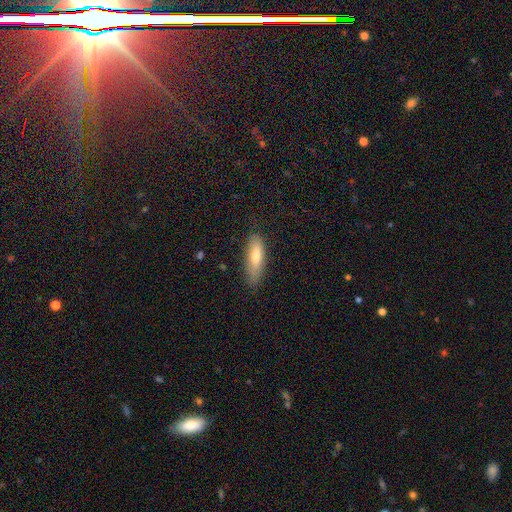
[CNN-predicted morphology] smooth-or-featured: smooth: 73% | featured or disk: 20% | star or artifact: 7%
  how-rounded: cigar-shaped: 52% | in between: 46% | round: 2%
  merging: none: 75% | minor disturbance: 20% | major disturbance: 4% | merger: 1%